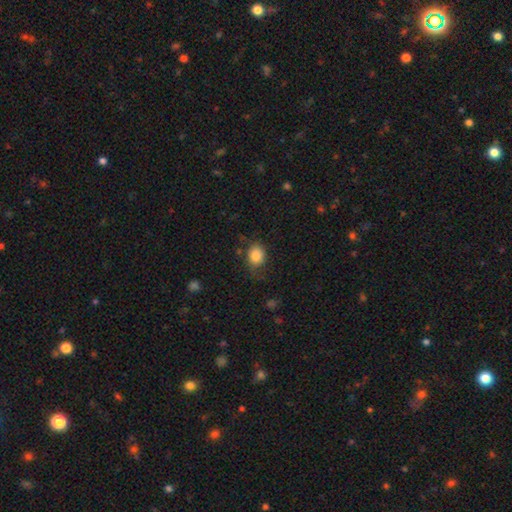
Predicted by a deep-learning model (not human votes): Smooth or featured? Predicted: smooth (p=0.84). How rounded? Predicted: round (p=0.50). Merging? Predicted: none (p=0.70).